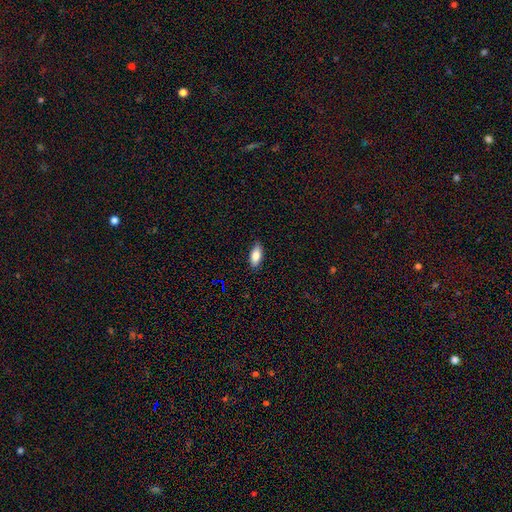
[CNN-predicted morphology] smooth_or_featured: smooth (p=0.84) [alt: featured or disk p=0.10]
how_rounded: in between (p=0.85) [alt: cigar-shaped p=0.13]
merging: none (p=0.85) [alt: minor disturbance p=0.12]